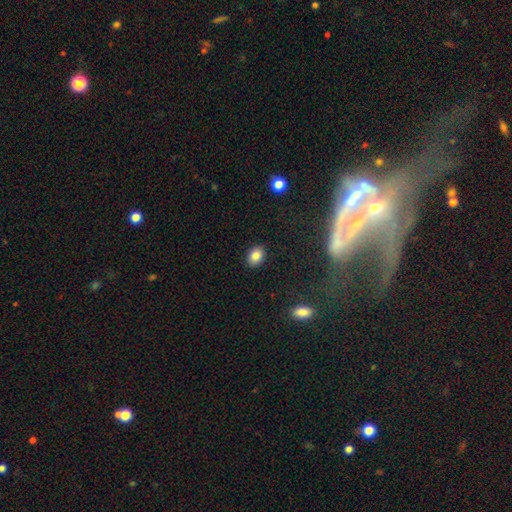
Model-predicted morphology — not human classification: smooth 85%, star or artifact 10%, featured or disk 6%. Down the decision tree: how rounded — in between (72%); merging — none (89%).